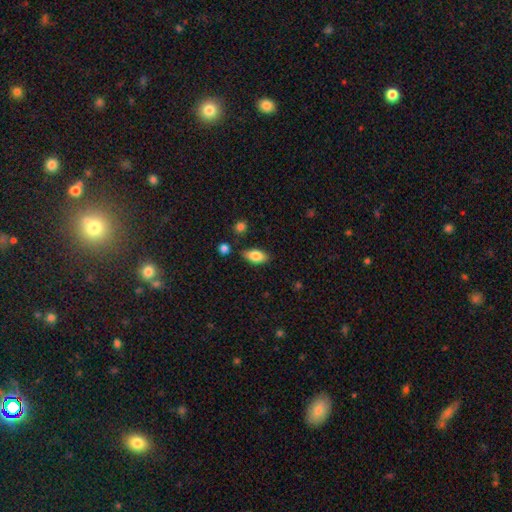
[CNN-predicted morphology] A smooth galaxy with no disk features (83%) that is in between round and cigar-shaped (90%). Merging: none (81%).